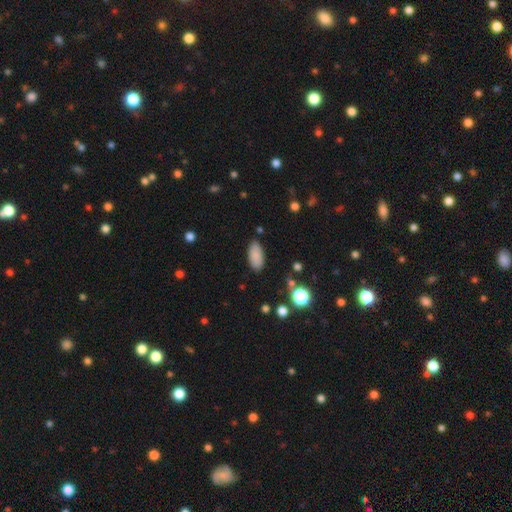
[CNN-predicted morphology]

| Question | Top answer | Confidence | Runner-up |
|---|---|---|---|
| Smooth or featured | smooth | 87% | star or artifact (8%) |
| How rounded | in between | 91% | cigar-shaped (7%) |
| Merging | none | 86% | minor disturbance (10%) |